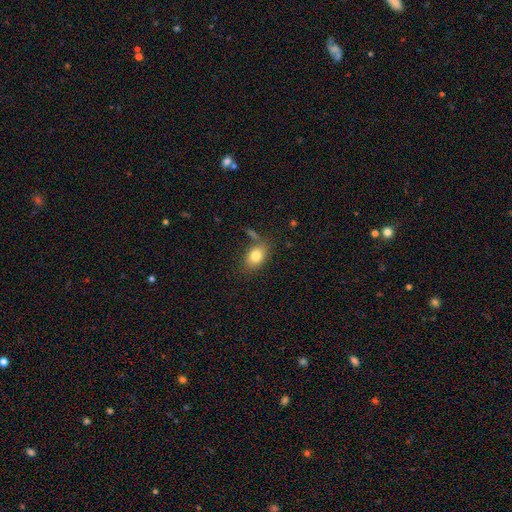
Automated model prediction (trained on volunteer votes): smooth-or-featured: smooth: 81% | featured or disk: 10% | star or artifact: 9%
  how-rounded: in between: 77% | round: 21% | cigar-shaped: 2%
  merging: none: 66% | minor disturbance: 17% | merger: 10% | major disturbance: 7%